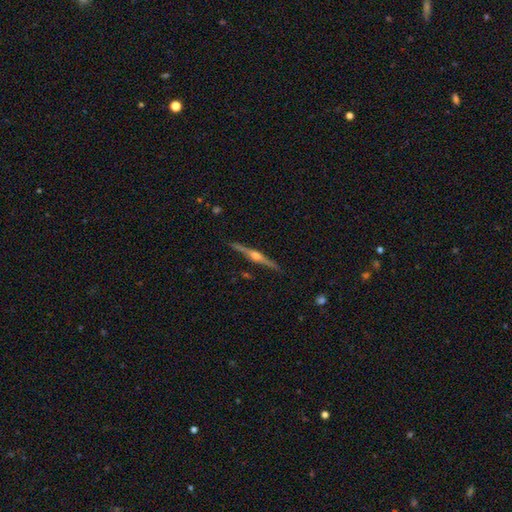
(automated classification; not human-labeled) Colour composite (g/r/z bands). It shows a featured or disk galaxy (87%) viewed edge-on (99%) with a rounded central bulge (93%). Merging: none (92%).